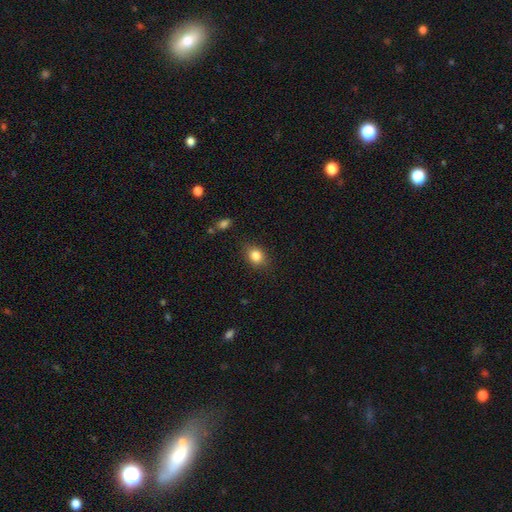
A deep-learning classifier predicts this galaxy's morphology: smooth-or-featured: smooth: 84% | star or artifact: 10% | featured or disk: 6%
  how-rounded: in between: 53% | round: 46% | cigar-shaped: 1%
  merging: none: 85% | minor disturbance: 11% | major disturbance: 3% | merger: 1%